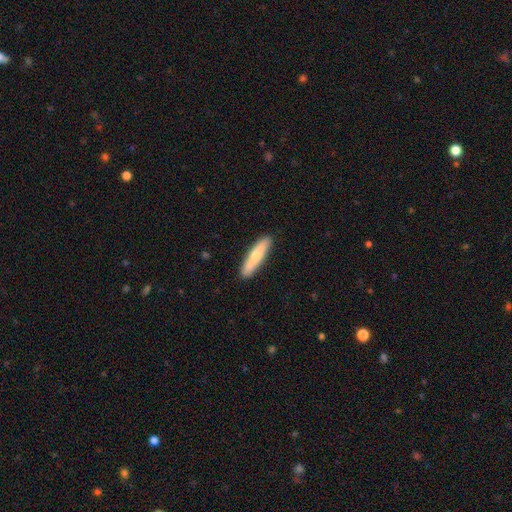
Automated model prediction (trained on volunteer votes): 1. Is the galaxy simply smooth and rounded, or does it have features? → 68% smooth, 27% featured or disk, 5% star or artifact.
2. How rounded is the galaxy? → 87% cigar-shaped, 12% in between, 2% round.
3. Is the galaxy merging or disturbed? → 90% none, 8% minor disturbance, 1% major disturbance, 1% merger.